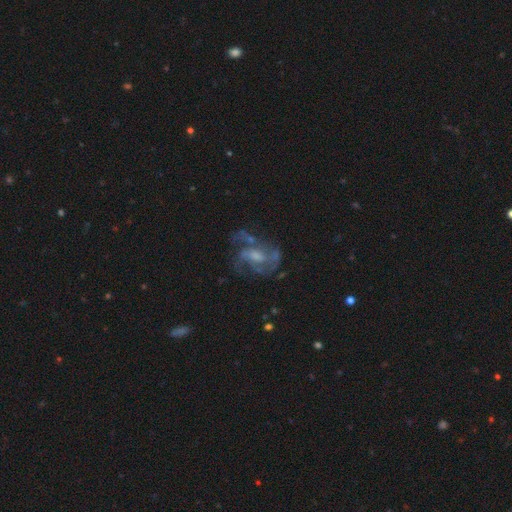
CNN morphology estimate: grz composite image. It shows a featured or disk galaxy (78%) with a weak bar (44%), 3 (30%) medium (49%) spiral arms (86%) and a moderate central bulge (45%). Merging: none (56%).